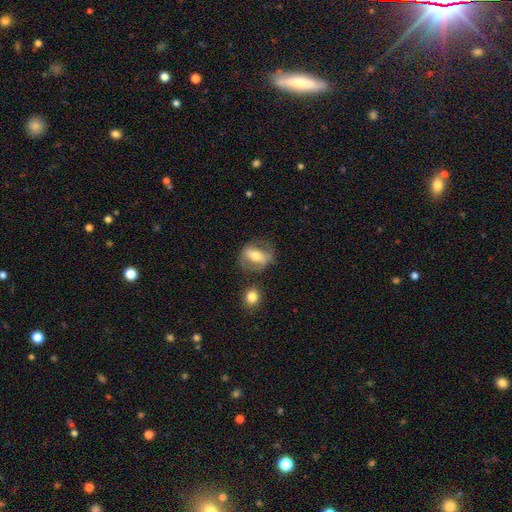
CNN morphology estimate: This appears to be a featured or disk galaxy (51%). Merging: none (64%).